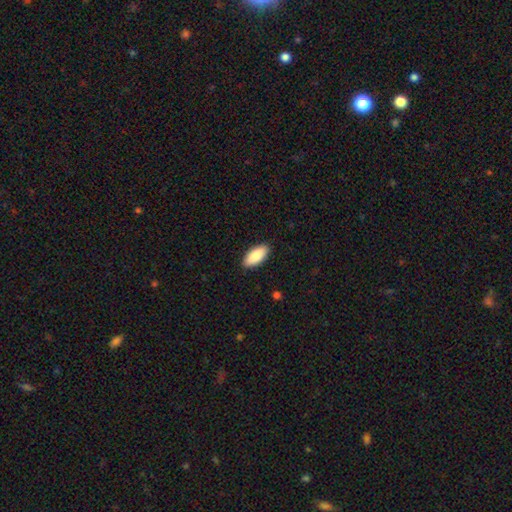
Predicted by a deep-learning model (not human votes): smooth 88%, featured or disk 6%, star or artifact 6%. Down the decision tree: how rounded — in between (88%); merging — none (90%).